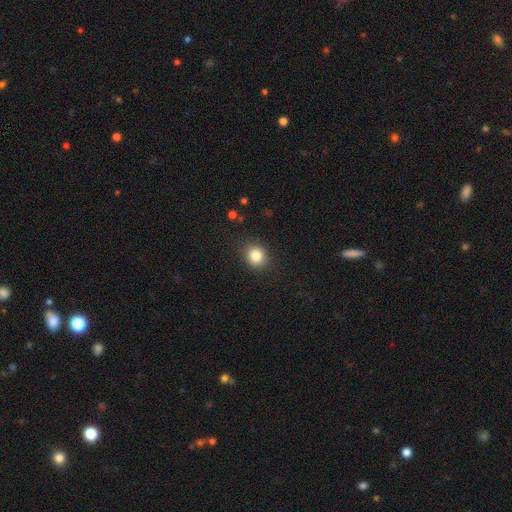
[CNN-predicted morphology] type=smooth (84%); roundness=round (75%); merging=none (88%).